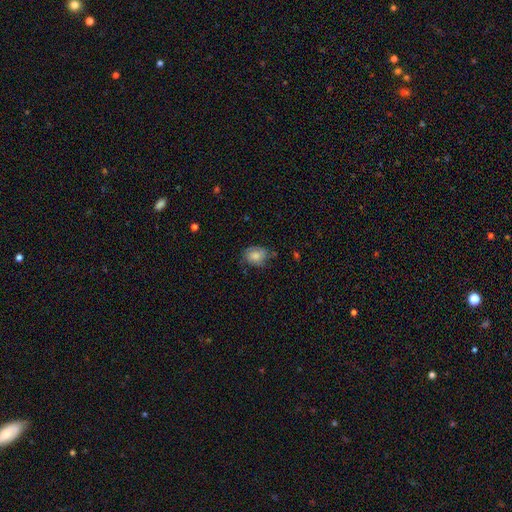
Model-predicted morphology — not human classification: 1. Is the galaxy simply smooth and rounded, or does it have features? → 70% smooth, 21% featured or disk, 8% star or artifact.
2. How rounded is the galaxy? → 60% in between, 39% round, 1% cigar-shaped.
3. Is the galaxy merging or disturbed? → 62% none, 28% minor disturbance, 8% major disturbance, 2% merger.